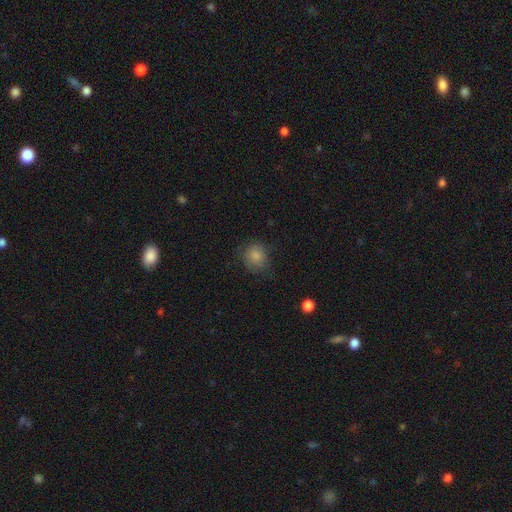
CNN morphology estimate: Smooth or featured? Predicted: smooth (p=0.84). How rounded? Predicted: round (p=0.78). Merging? Predicted: none (p=0.74).